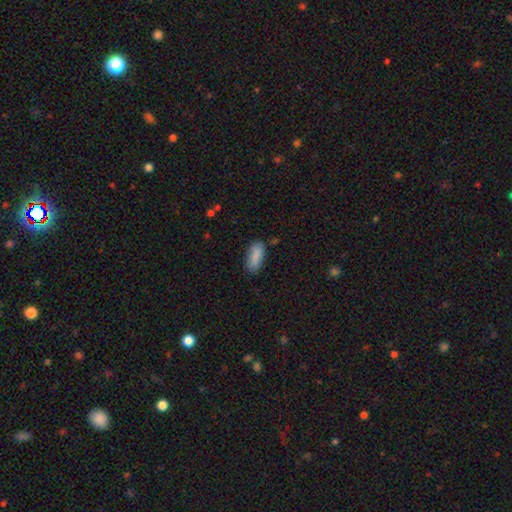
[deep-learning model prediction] Smooth or featured?
  - smooth: 87% *
  - star or artifact: 7%
  - featured or disk: 7%
How rounded?
  - in between: 82% *
  - cigar-shaped: 16%
  - round: 2%
Merging?
  - none: 77% *
  - minor disturbance: 17%
  - major disturbance: 3%
  - merger: 2%